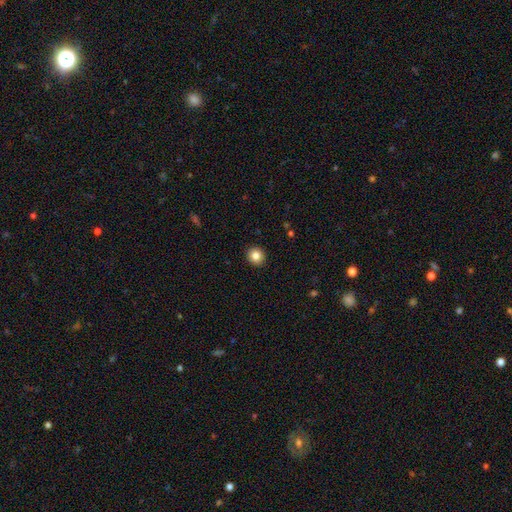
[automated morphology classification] Smooth or featured: smooth — 84% (star or artifact — 10%)
How rounded: round — 88% (in between — 11%)
Merging: none — 92% (minor disturbance — 5%)